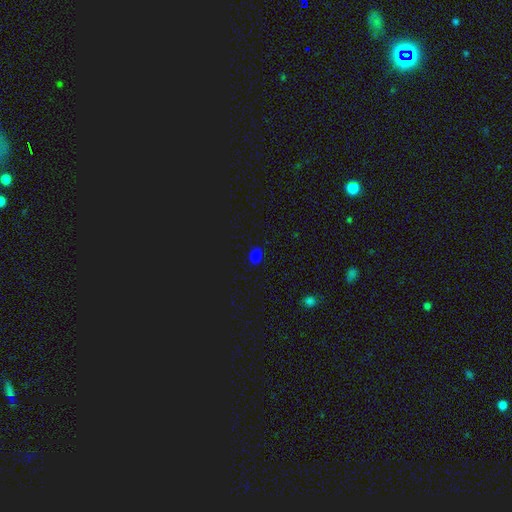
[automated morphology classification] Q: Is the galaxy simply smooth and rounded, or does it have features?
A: smooth — 71%.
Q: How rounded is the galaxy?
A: in between — 69%.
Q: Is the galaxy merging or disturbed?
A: none — 87%.